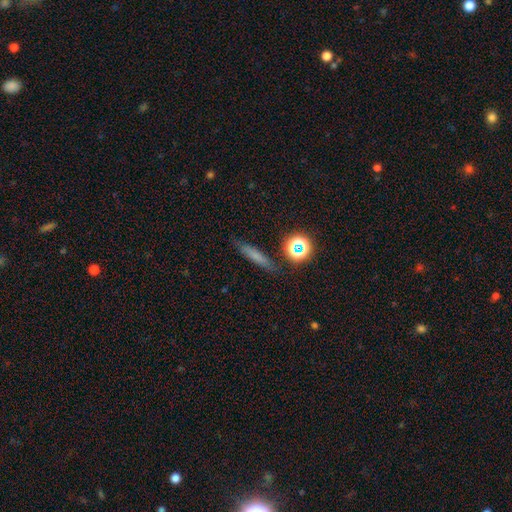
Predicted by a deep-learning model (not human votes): This appears to be a smooth galaxy with no disk features (67%) that is cigar-shaped (82%). Merging: none (83%).